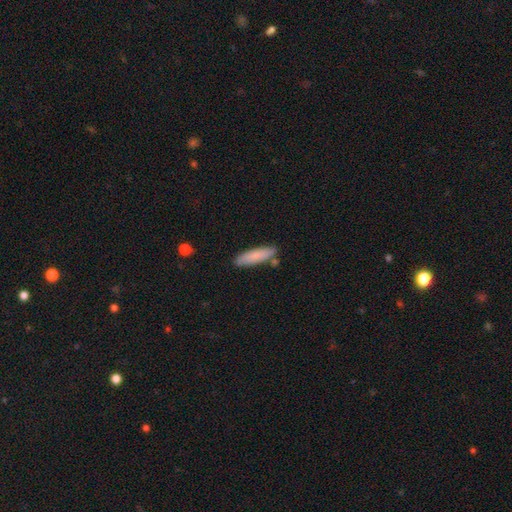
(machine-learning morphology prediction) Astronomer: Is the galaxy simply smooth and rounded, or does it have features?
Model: smooth — 81%.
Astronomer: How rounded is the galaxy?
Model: cigar-shaped — 71%.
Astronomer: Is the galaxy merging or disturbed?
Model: none — 80%.